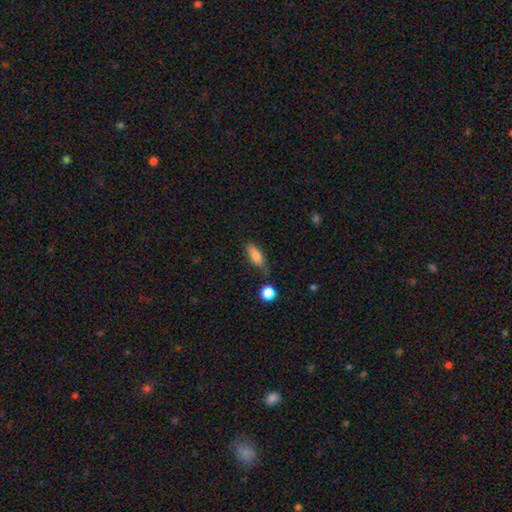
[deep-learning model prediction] Smooth or featured? Predicted: smooth (p=0.79). How rounded? Predicted: in between (p=0.69). Merging? Predicted: none (p=0.65).